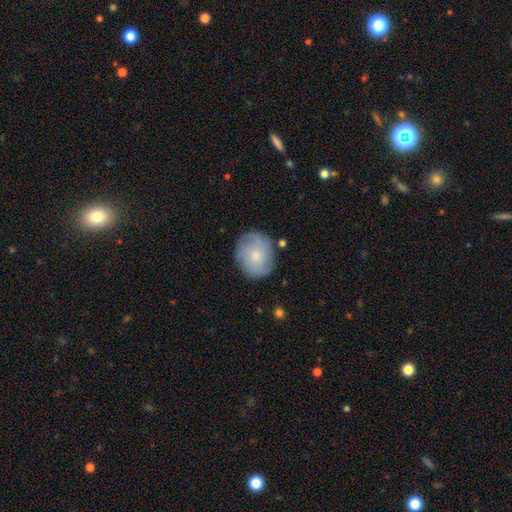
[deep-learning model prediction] Smooth or featured?
  - smooth: 66% *
  - featured or disk: 27%
  - star or artifact: 7%
How rounded?
  - round: 67% *
  - in between: 32%
  - cigar-shaped: 1%
Merging?
  - none: 78% *
  - minor disturbance: 16%
  - major disturbance: 4%
  - merger: 2%